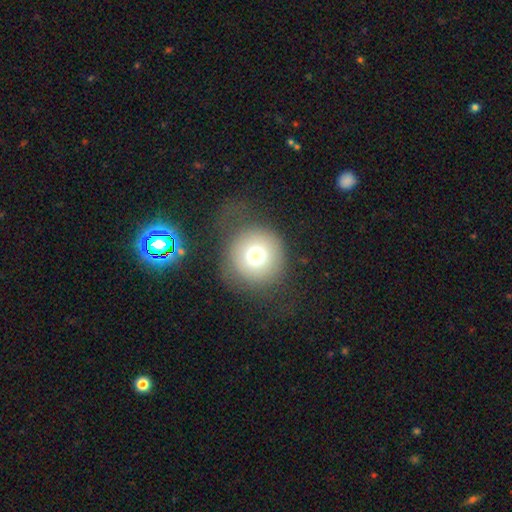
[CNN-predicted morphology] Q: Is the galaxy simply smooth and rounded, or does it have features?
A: smooth — 72%.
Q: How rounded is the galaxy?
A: round — 94%.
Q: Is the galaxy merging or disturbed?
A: none — 64%.